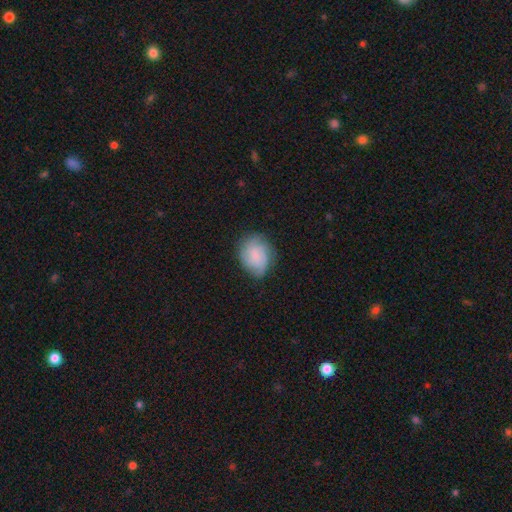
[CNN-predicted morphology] type=smooth (54%); roundness=round (52%); merging=none (71%).